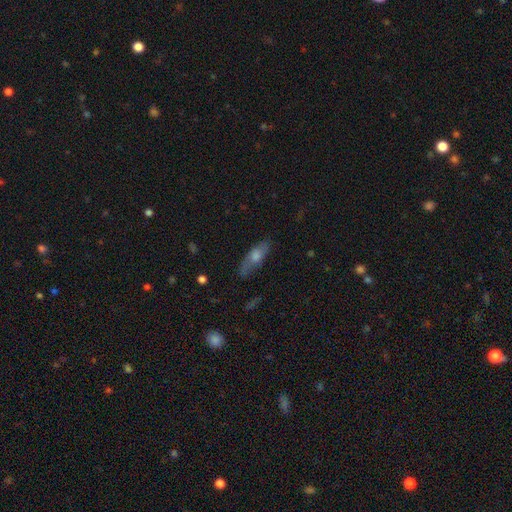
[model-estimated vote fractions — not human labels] smooth_or_featured: smooth (p=0.48) [alt: featured or disk p=0.43]
merging: none (p=0.78) [alt: minor disturbance p=0.16]